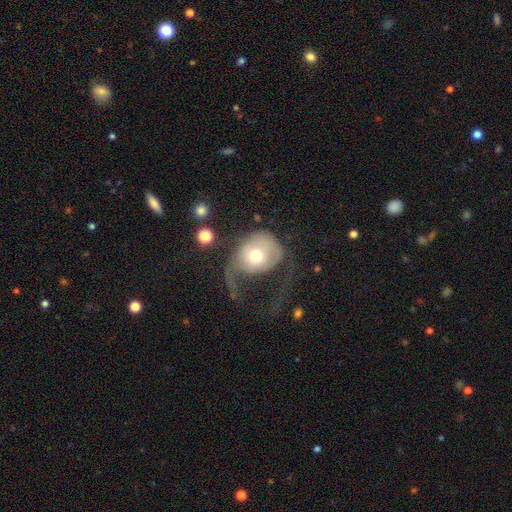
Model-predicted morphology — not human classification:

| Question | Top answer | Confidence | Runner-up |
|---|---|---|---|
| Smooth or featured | smooth | 53% | featured or disk (40%) |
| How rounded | round | 61% | in between (38%) |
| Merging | major disturbance | 64% | none (18%) |